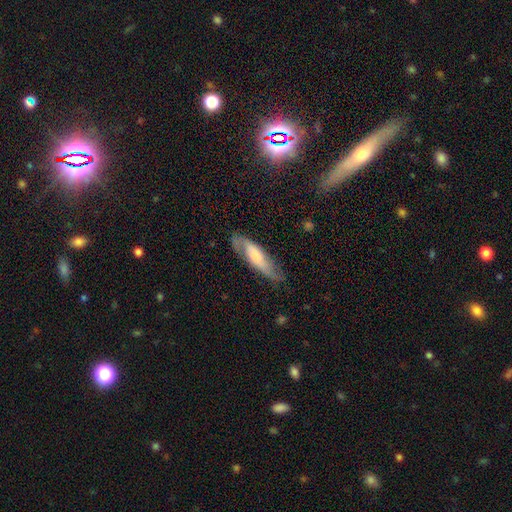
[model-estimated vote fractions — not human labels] A featured or disk galaxy (54%). Merging: none (69%).